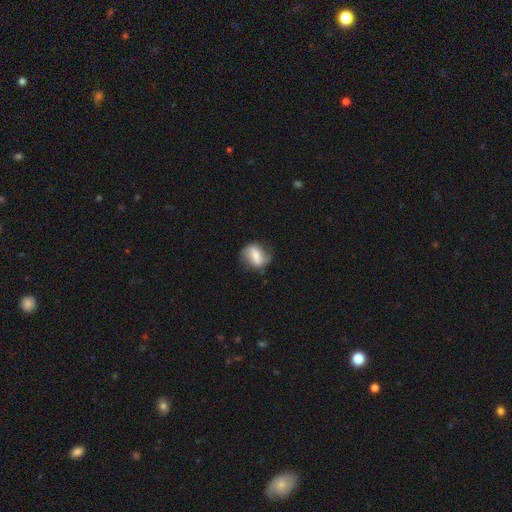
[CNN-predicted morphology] Smooth or featured? smooth (50%)
Merging? none (66%)